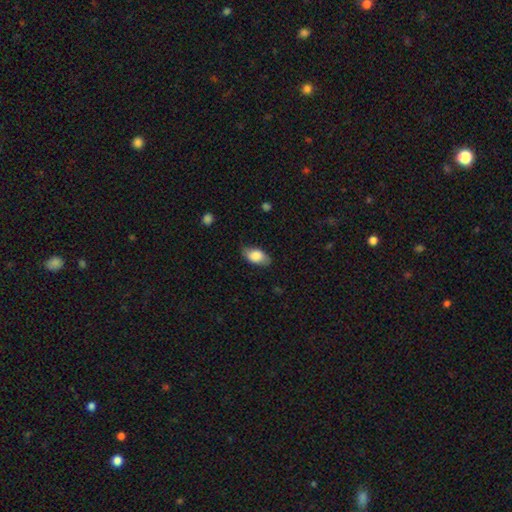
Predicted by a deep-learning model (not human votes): Overall: smooth (82%). How rounded: in between (92%). Merging: none (77%).